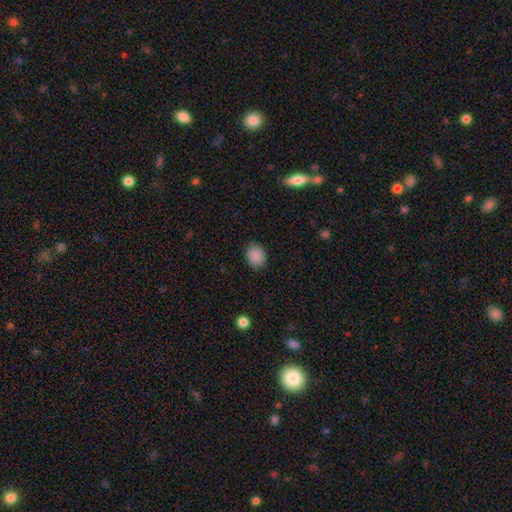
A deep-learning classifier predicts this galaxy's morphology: Overall: smooth (88%). How rounded: round (56%; in between 43%). Merging: none (86%).